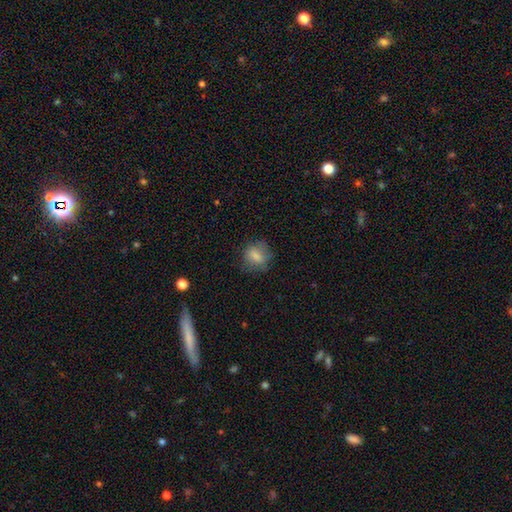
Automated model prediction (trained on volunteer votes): Smooth or featured: smooth — 77% (featured or disk — 14%)
How rounded: round — 62% (in between — 36%)
Merging: none — 69% (minor disturbance — 21%)